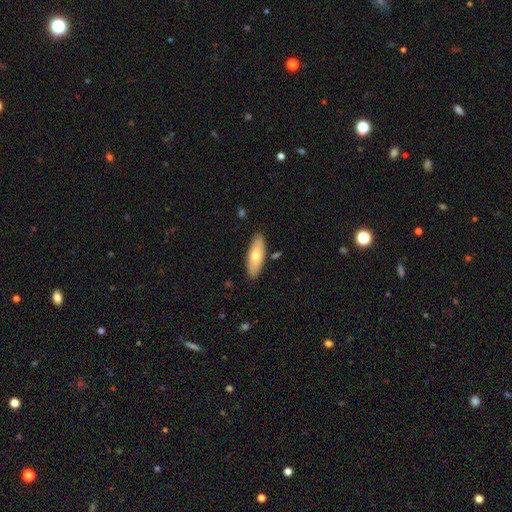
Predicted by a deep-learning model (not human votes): smooth-or-featured: smooth: 65% | featured or disk: 30% | star or artifact: 6%
  how-rounded: in between: 63% | cigar-shaped: 35% | round: 2%
  merging: none: 87% | minor disturbance: 9% | merger: 2% | major disturbance: 2%